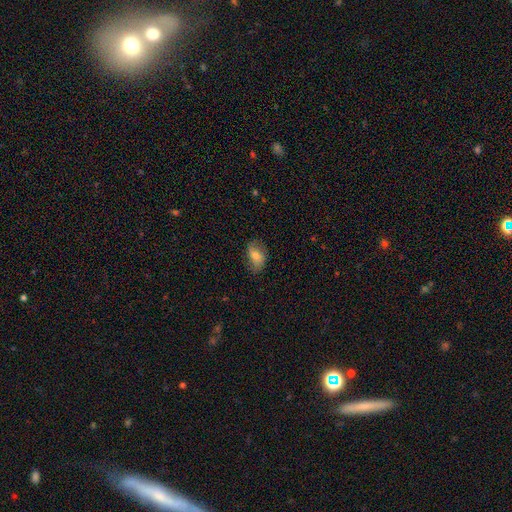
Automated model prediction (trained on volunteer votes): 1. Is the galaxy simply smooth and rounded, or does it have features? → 66% smooth, 26% featured or disk, 8% star or artifact.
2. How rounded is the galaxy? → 85% in between, 13% round, 2% cigar-shaped.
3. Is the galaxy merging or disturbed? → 68% none, 23% minor disturbance, 7% major disturbance, 1% merger.